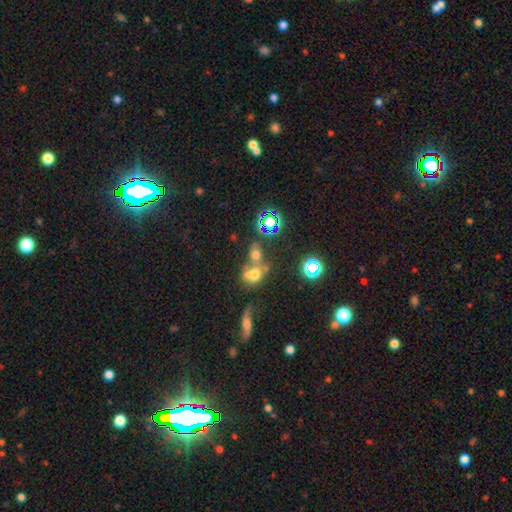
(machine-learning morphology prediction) Smooth or featured: smooth — 49% (star or artifact — 33%)
Merging: merger — 53% (none — 33%)